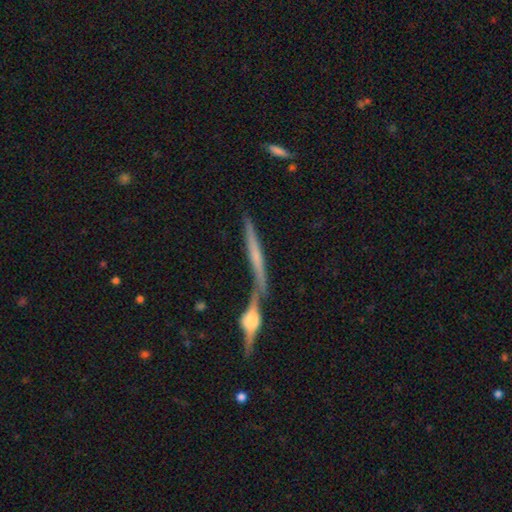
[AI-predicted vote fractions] Q: Smooth or featured?
A: featured or disk (65%); runner-up: smooth (25%)
Q: Edge-on disk?
A: yes (94%); runner-up: no (6%)
Q: Edge-on bulge?
A: rounded (60%); runner-up: none (26%)
Q: Merging?
A: none (54%); runner-up: merger (31%)